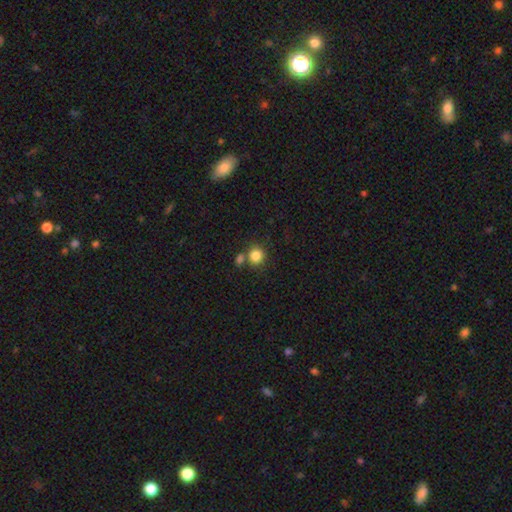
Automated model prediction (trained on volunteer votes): smooth_or_featured: smooth (p=0.83) [alt: star or artifact p=0.11]
how_rounded: round (p=0.86) [alt: in between p=0.13]
merging: none (p=0.63) [alt: merger p=0.24]